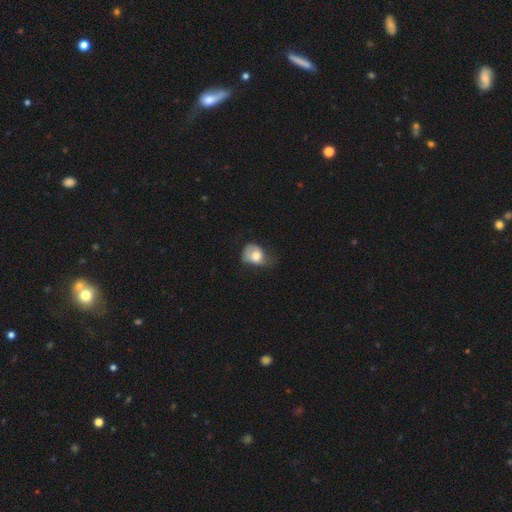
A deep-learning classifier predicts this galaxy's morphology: Smooth or featured?
  - smooth: 71% *
  - featured or disk: 21%
  - star or artifact: 8%
How rounded?
  - in between: 57% *
  - round: 42%
  - cigar-shaped: 1%
Merging?
  - major disturbance: 38% *
  - minor disturbance: 36%
  - none: 23%
  - merger: 3%